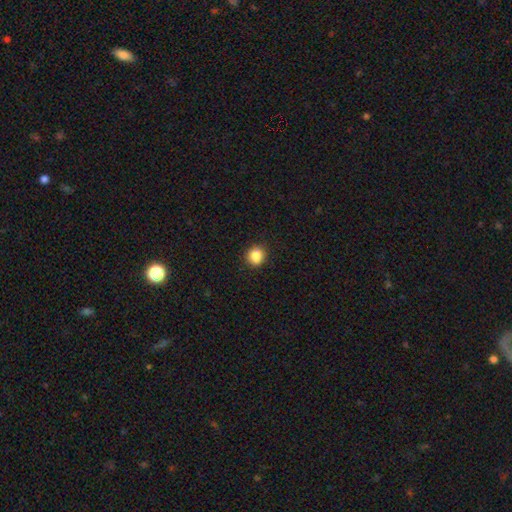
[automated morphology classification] A smooth galaxy with no disk features (85%) that is round (85%). Merging: none (87%).